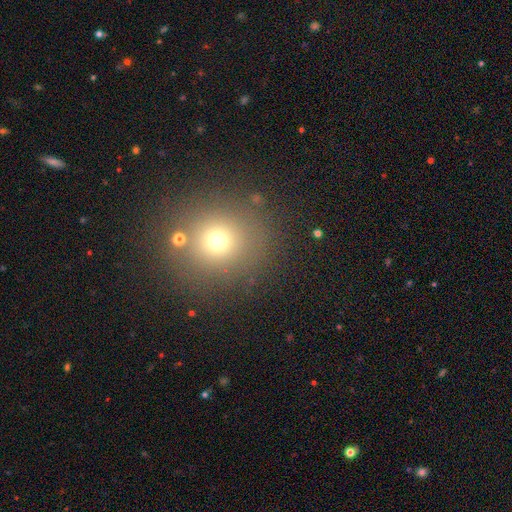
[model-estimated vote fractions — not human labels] A smooth galaxy with no disk features (61%) that is round (88%). Merging: none (85%).